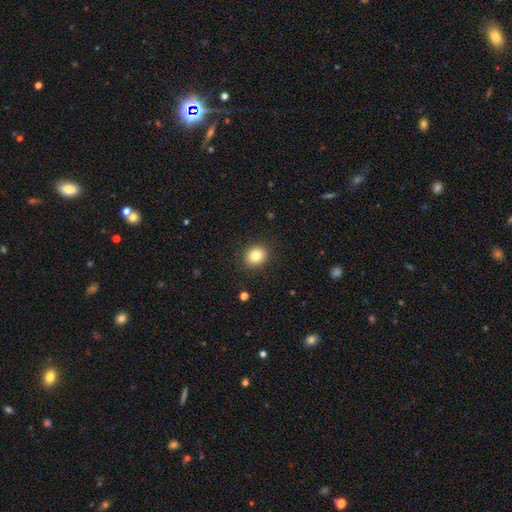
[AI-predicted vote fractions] The model was most divided on "how rounded": round: 75%, in between: 24%, cigar-shaped: 1%. More confident: merging — none (90%); smooth or featured — smooth (82%).